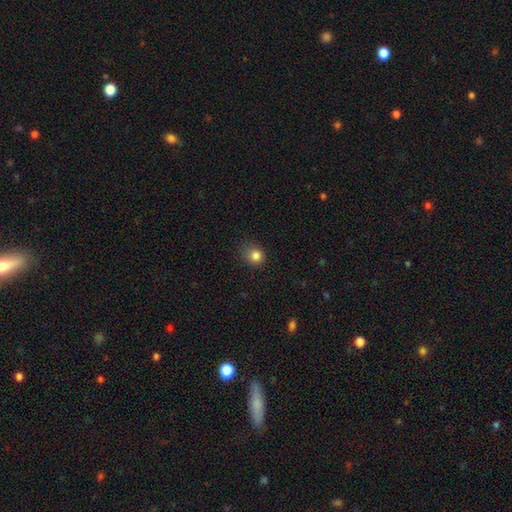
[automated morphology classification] smooth-or-featured: smooth: 82% | star or artifact: 13% | featured or disk: 5%
  how-rounded: round: 79% | in between: 21% | cigar-shaped: 1%
  merging: none: 76% | minor disturbance: 18% | major disturbance: 5% | merger: 1%